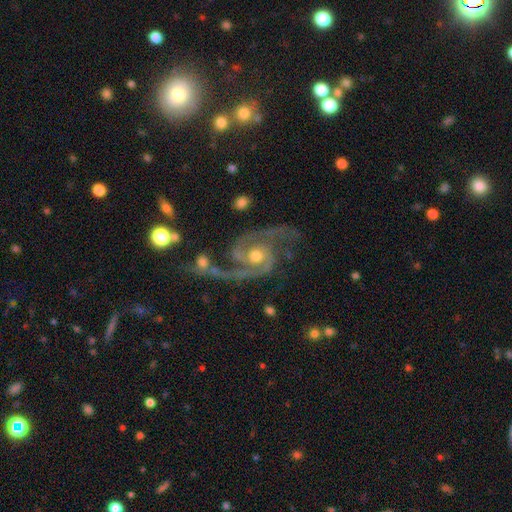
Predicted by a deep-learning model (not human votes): Smooth or featured? featured or disk (92%)
Edge-on disk? no (98%)
Bar? no (69%)
Spiral arms? yes (98%)
Spiral winding? medium (57%)
Spiral arm count? 2 (88%)
Bulge size? moderate (71%)
Merging? none (57%)